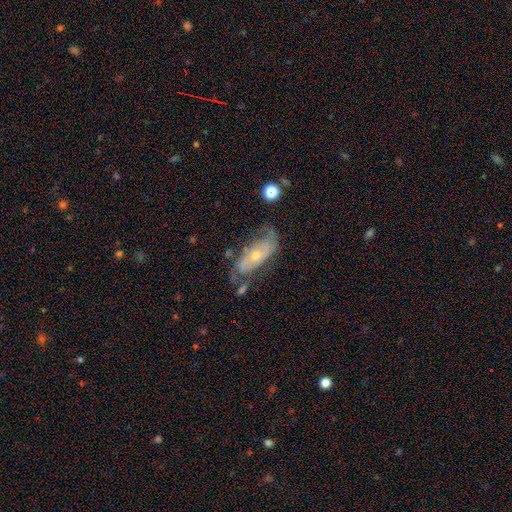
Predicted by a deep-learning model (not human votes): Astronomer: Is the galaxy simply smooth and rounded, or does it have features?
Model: featured or disk — 65%.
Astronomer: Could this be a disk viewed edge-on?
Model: no — 85%.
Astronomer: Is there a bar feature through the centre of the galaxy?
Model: no — 75%.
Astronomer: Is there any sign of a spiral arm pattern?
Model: yes — 69%.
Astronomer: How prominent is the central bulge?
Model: small — 57% (runner-up: moderate, 39%).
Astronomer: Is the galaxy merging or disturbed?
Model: none — 49% (runner-up: minor disturbance, 27%).